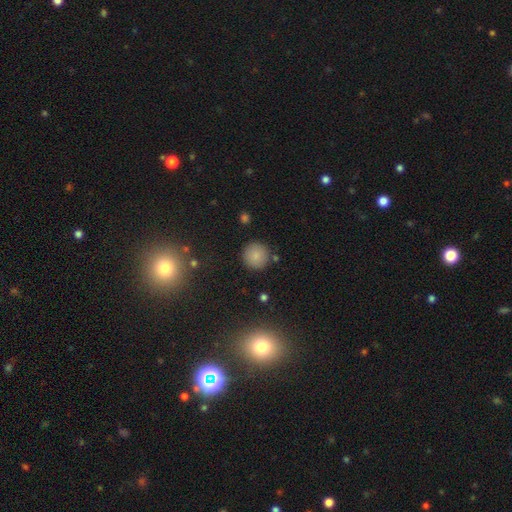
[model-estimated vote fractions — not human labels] Smooth or featured? smooth (84%)
How rounded? round (95%)
Merging? none (87%)